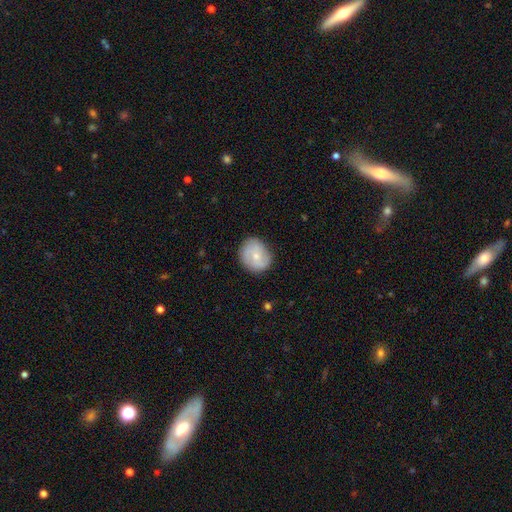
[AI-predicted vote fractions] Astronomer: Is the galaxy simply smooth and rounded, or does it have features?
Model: smooth — 57% (runner-up: featured or disk, 36%).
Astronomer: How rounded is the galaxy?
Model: round — 70%.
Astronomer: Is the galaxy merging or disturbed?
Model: none — 78%.